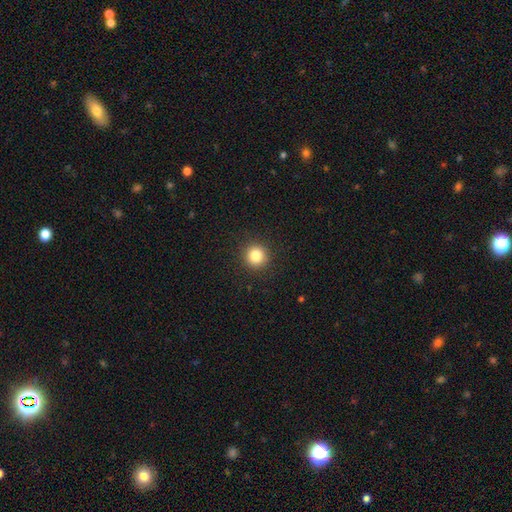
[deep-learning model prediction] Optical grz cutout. It shows a smooth galaxy with no disk features (83%) that is round (94%). Merging: none (92%).